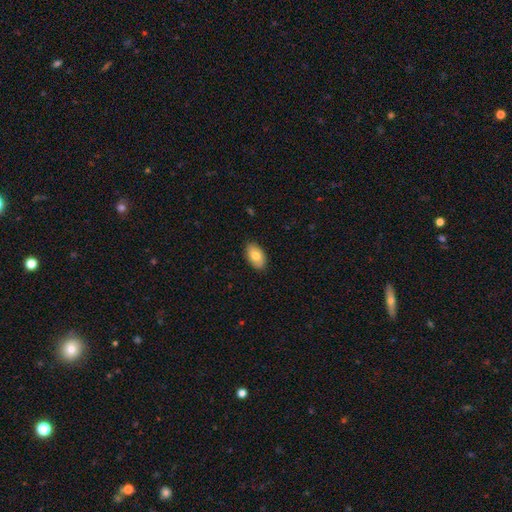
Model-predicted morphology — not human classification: A smooth galaxy with no disk features (80%) that is in between round and cigar-shaped (94%).

Vote fractions:
- Smooth or featured? smooth: 80% / featured or disk: 14% / star or artifact: 6%
- How rounded? in between: 94% / round: 5% / cigar-shaped: 2%
- Merging? none: 88% / minor disturbance: 9% / major disturbance: 2% / merger: 1%